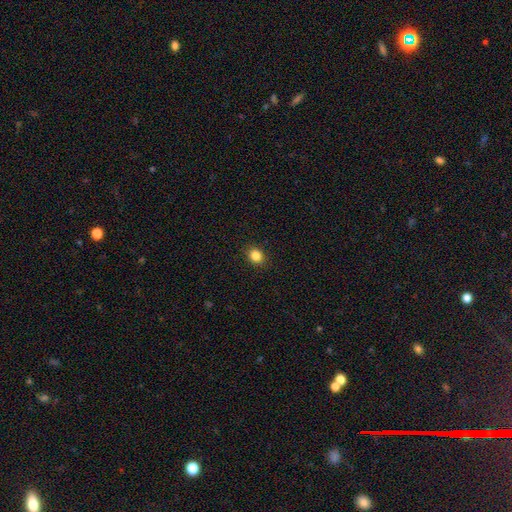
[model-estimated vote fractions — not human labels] A smooth galaxy with no disk features (85%) that is round (63%). Merging: none (91%).